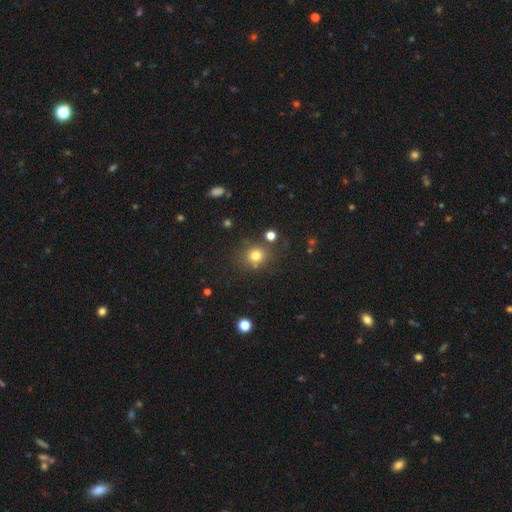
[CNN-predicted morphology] Overall: smooth (77%). How rounded: round (83%). Merging: none (78%).